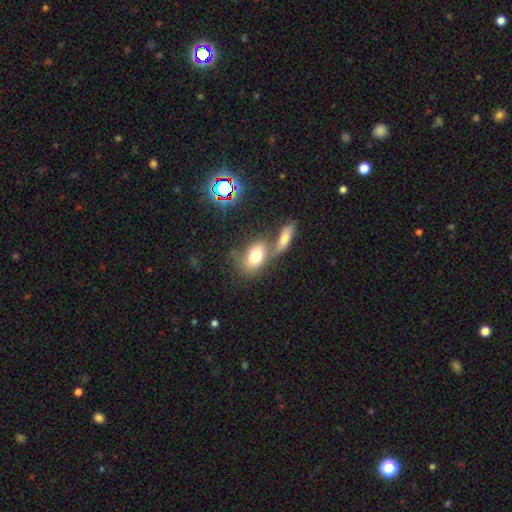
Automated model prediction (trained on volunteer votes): Smooth or featured: smooth — 71% (featured or disk — 18%)
How rounded: in between — 83% (round — 15%)
Merging: merger — 47% (none — 34%)